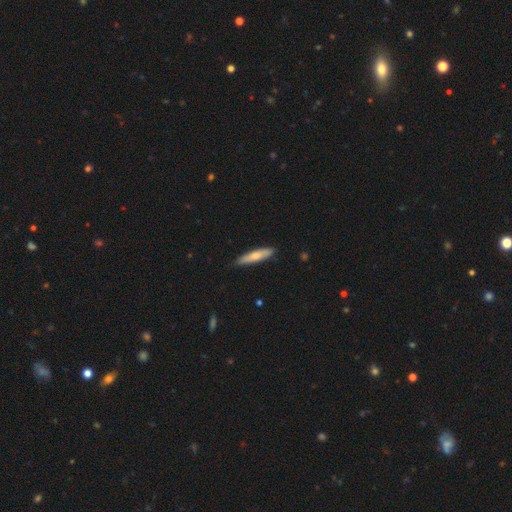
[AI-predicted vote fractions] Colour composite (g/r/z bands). It shows a smooth galaxy with no disk features (63%) that is cigar-shaped (84%). Merging: none (85%).